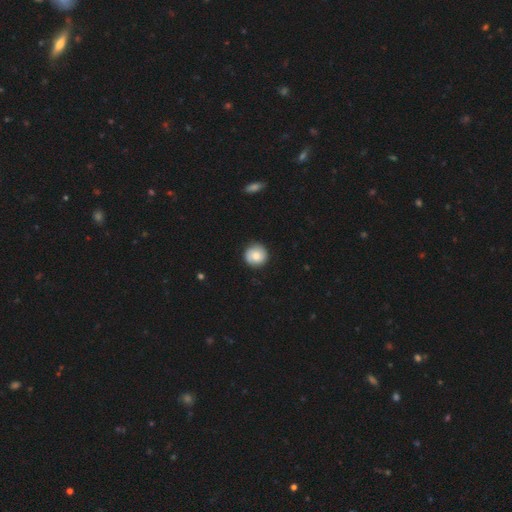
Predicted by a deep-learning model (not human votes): Smooth or featured: smooth — 74% (featured or disk — 19%)
How rounded: round — 94% (in between — 5%)
Merging: none — 88% (minor disturbance — 9%)